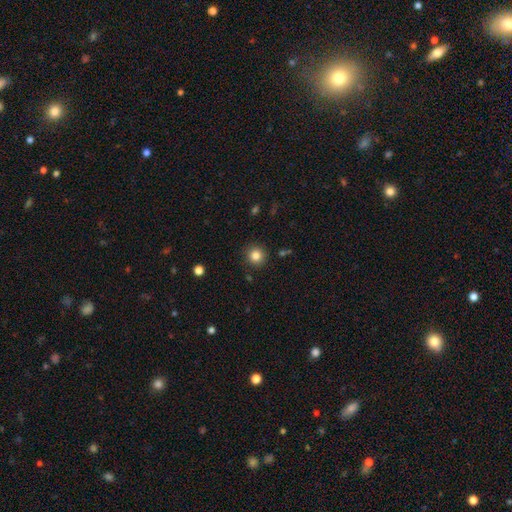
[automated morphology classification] smooth_or_featured: smooth (p=0.84) [alt: star or artifact p=0.11]
how_rounded: round (p=0.94) [alt: in between p=0.05]
merging: none (p=0.90) [alt: minor disturbance p=0.06]